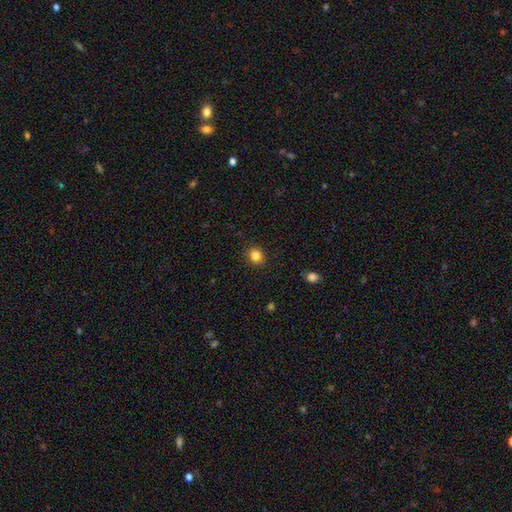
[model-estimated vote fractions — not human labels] This is clearly a smooth galaxy (84%). How rounded: clearly round (82%). Merging: clearly none (91%).